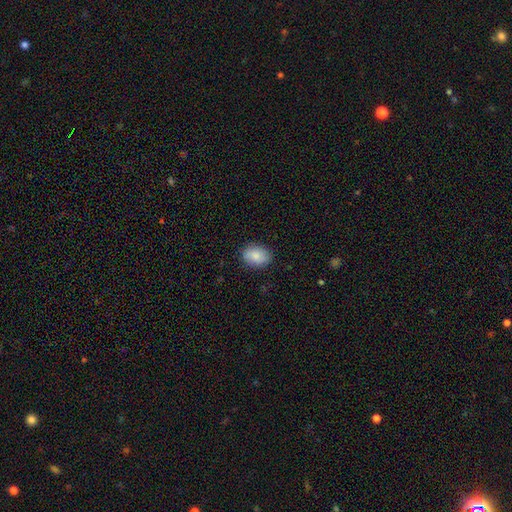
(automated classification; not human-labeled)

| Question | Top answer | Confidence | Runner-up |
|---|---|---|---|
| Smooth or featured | smooth | 85% | featured or disk (8%) |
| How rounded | in between | 77% | round (22%) |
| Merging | none | 85% | minor disturbance (12%) |